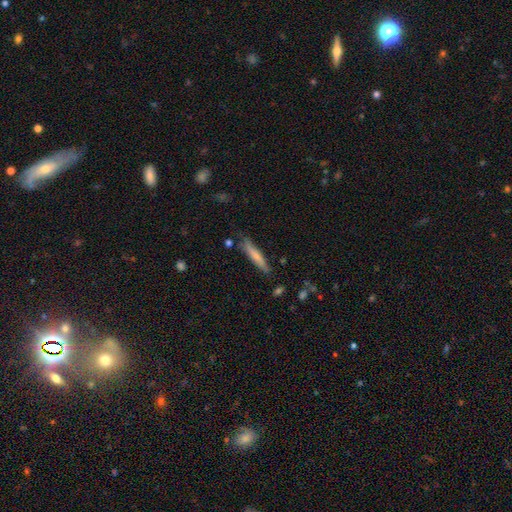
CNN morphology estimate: The model was most divided on "smooth or featured": smooth: 66%, featured or disk: 28%, star or artifact: 6%. More confident: how rounded — cigar-shaped (91%); merging — none (77%).